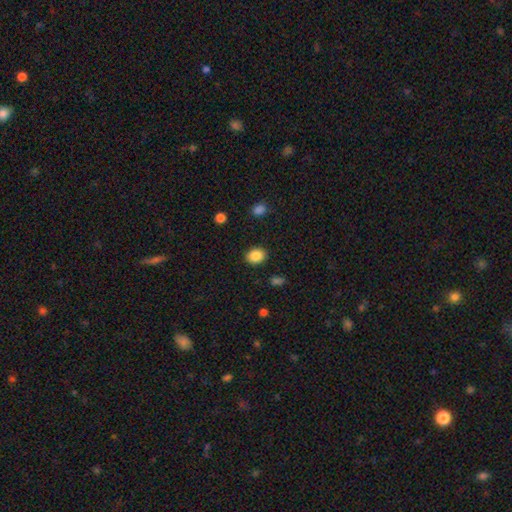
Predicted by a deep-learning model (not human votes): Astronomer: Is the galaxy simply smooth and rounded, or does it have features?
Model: smooth — 86%.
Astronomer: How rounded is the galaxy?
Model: in between — 50% (runner-up: round, 49%).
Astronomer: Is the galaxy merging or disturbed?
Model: none — 88%.